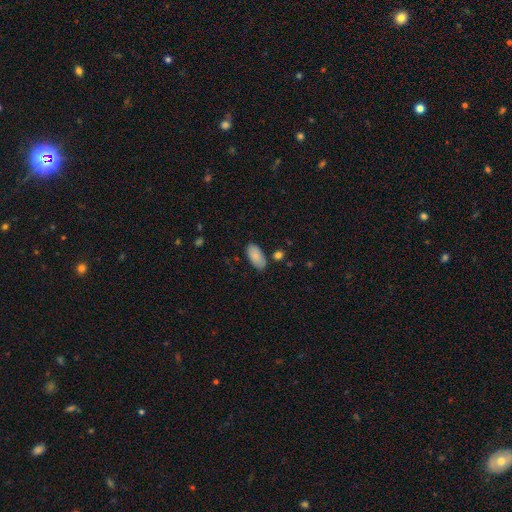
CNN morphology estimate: Smooth or featured? smooth (86%)
How rounded? in between (94%)
Merging? none (80%)